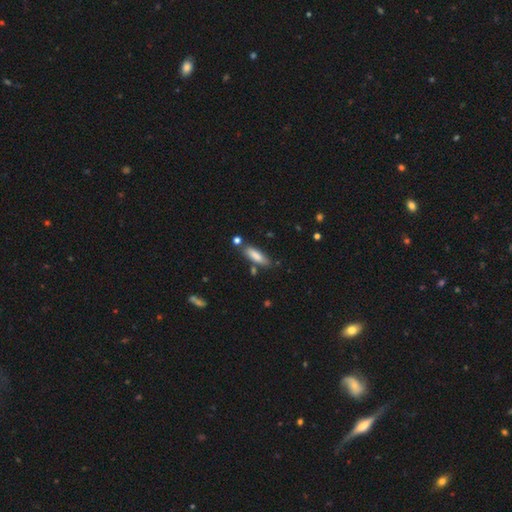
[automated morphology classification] Overall: smooth (83%). How rounded: cigar-shaped (55%; in between 44%). Merging: none (76%).